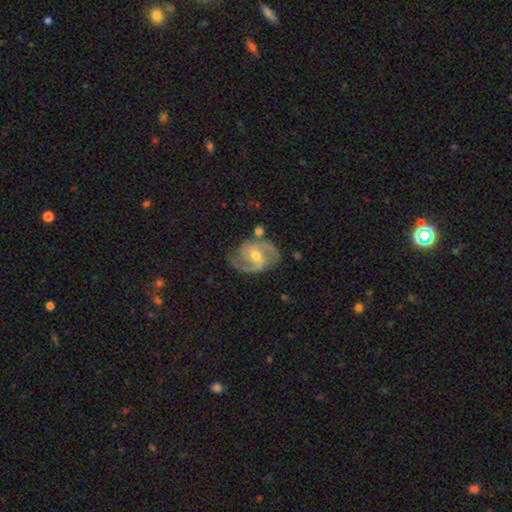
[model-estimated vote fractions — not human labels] smooth_or_featured: featured or disk (p=0.89) [alt: smooth p=0.07]
disk_edge_on: no (p=0.98) [alt: yes p=0.02]
bar: weak (p=0.48) [alt: no p=0.34]
has_spiral_arms: yes (p=0.97) [alt: no p=0.03]
spiral_winding: medium (p=0.59) [alt: tight p=0.23]
spiral_arm_count: 2 (p=0.87) [alt: 3 p=0.05]
bulge_size: moderate (p=0.49) [alt: small p=0.47]
merging: none (p=0.71) [alt: minor disturbance p=0.18]